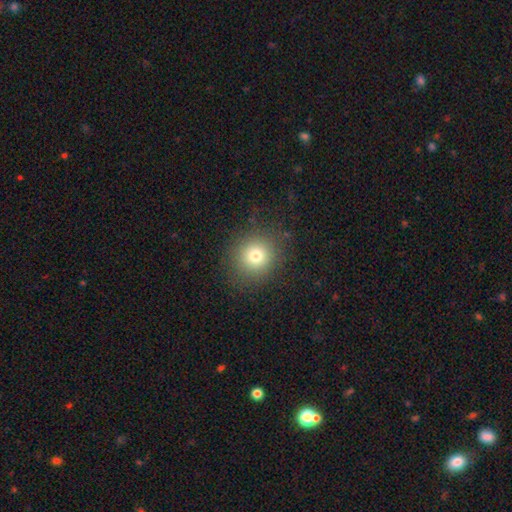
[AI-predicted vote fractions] Overall: smooth (76%). How rounded: round (87%). Merging: none (87%).